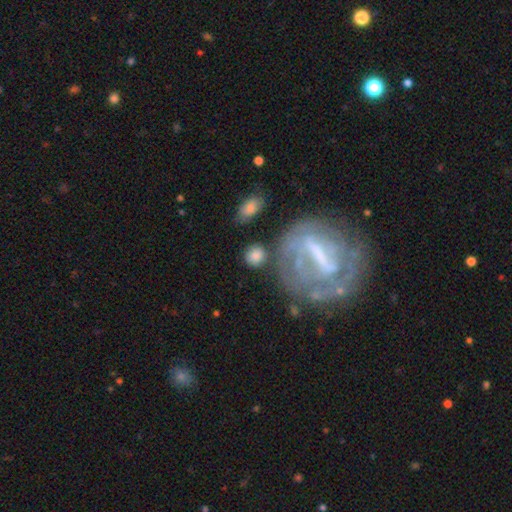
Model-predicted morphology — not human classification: The model was most divided on "merging": none: 69%, minor disturbance: 13%, merger: 10%, major disturbance: 8%. More confident: how rounded — round (79%); smooth or featured — smooth (77%).